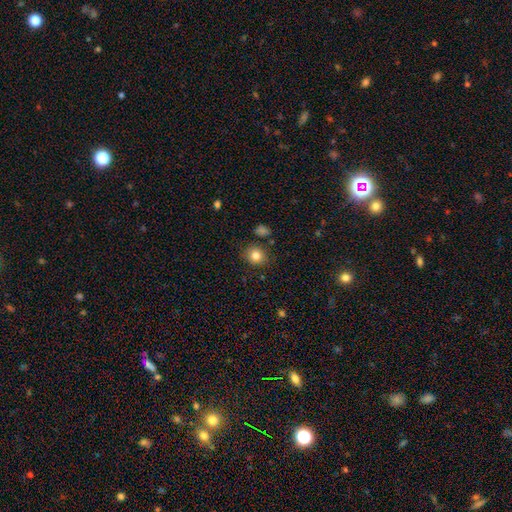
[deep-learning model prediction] Smooth or featured?
  - smooth: 82% *
  - star or artifact: 11%
  - featured or disk: 7%
How rounded?
  - round: 73% *
  - in between: 26%
  - cigar-shaped: 1%
Merging?
  - none: 83% *
  - minor disturbance: 11%
  - merger: 3%
  - major disturbance: 3%